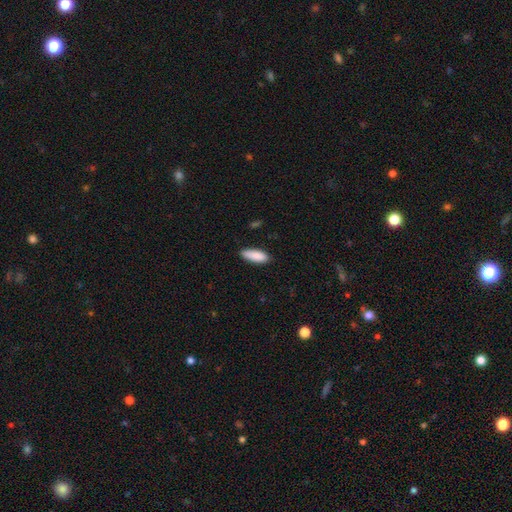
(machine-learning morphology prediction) Smooth or featured: smooth — 89% (star or artifact — 6%)
How rounded: in between — 69% (cigar-shaped — 29%)
Merging: none — 84% (minor disturbance — 13%)